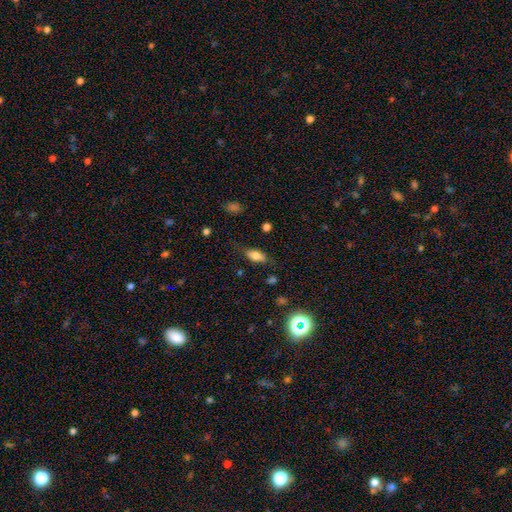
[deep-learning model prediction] Overall: smooth (75%). How rounded: in between (86%). Merging: none (75%).